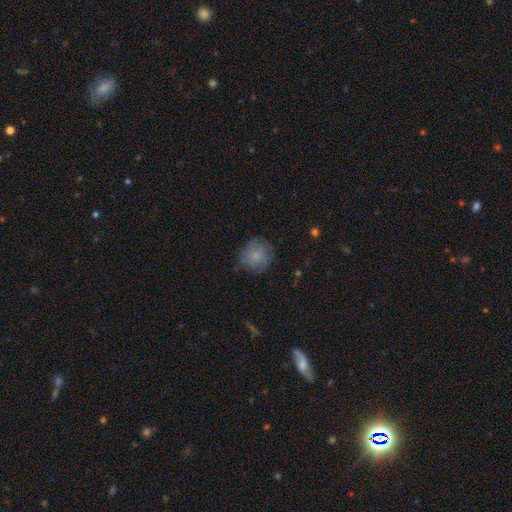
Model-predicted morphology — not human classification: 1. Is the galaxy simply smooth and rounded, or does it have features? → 81% smooth, 11% featured or disk, 9% star or artifact.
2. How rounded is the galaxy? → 89% round, 10% in between, 1% cigar-shaped.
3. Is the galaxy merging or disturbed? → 76% none, 17% minor disturbance, 5% major disturbance, 1% merger.